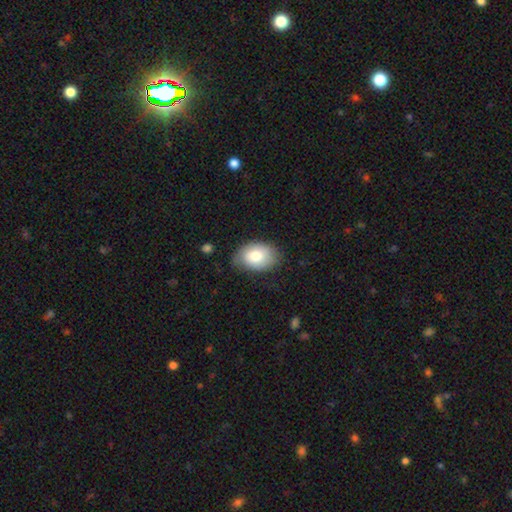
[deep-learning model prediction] Smooth or featured?
  - smooth: 78% *
  - featured or disk: 15%
  - star or artifact: 7%
How rounded?
  - in between: 82% *
  - round: 17%
  - cigar-shaped: 1%
Merging?
  - none: 70% *
  - minor disturbance: 24%
  - major disturbance: 5%
  - merger: 1%